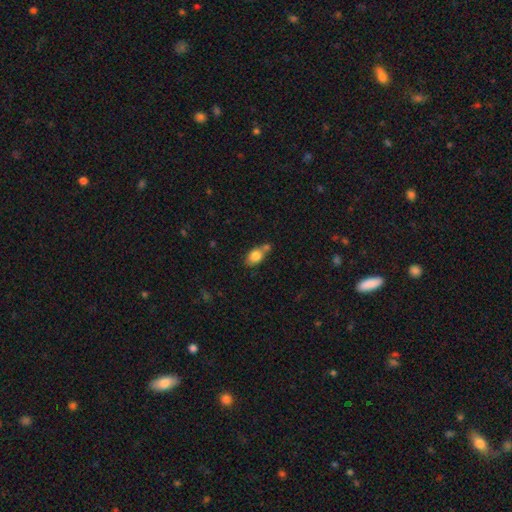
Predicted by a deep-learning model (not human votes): Overall: smooth (82%). How rounded: in between (79%). Merging: none (44%; merger 34%).